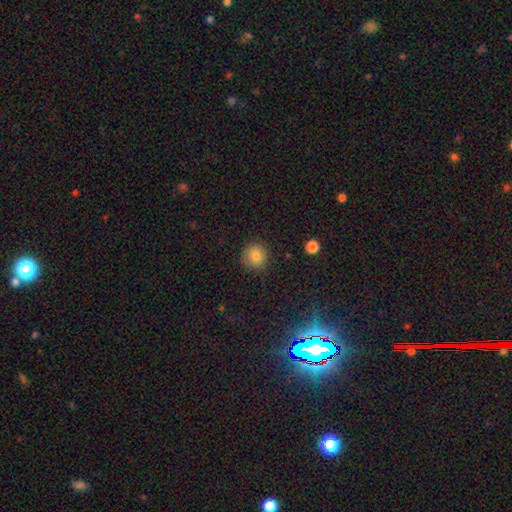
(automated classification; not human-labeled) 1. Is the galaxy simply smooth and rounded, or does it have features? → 82% smooth, 11% star or artifact, 7% featured or disk.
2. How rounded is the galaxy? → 90% round, 9% in between, 1% cigar-shaped.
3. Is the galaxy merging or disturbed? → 86% none, 10% minor disturbance, 3% major disturbance, 1% merger.